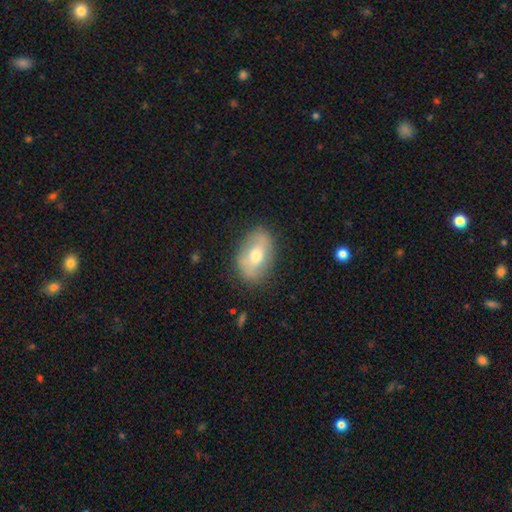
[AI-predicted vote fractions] smooth 54%, featured or disk 40%, star or artifact 7%. Down the decision tree: how rounded — in between (85%); merging — none (80%).